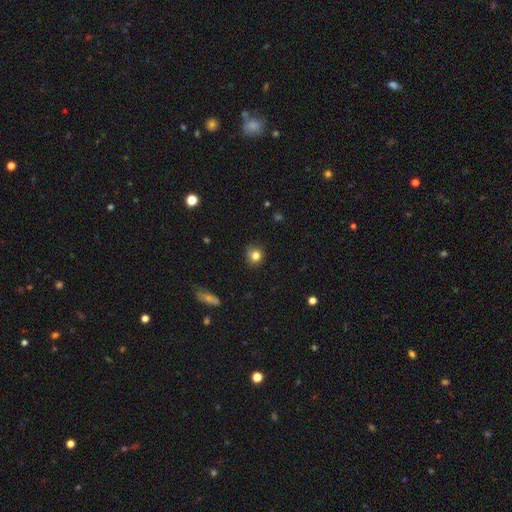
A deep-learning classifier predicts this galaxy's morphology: Smooth or featured? Predicted: smooth (p=0.81). How rounded? Predicted: round (p=0.83). Merging? Predicted: none (p=0.81).